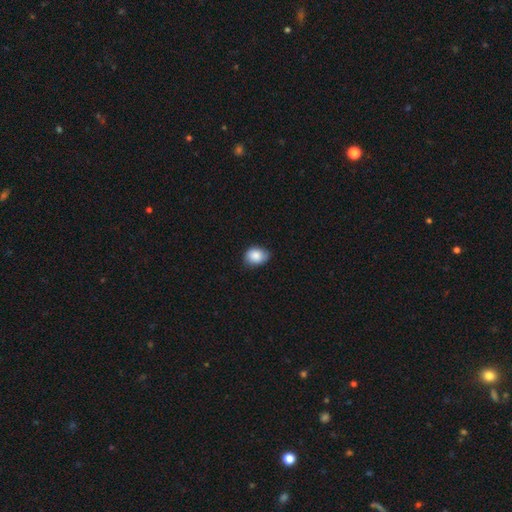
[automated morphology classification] smooth-or-featured: smooth: 86% | star or artifact: 8% | featured or disk: 6%
  how-rounded: in between: 60% | round: 39% | cigar-shaped: 1%
  merging: none: 72% | minor disturbance: 24% | major disturbance: 3% | merger: 1%